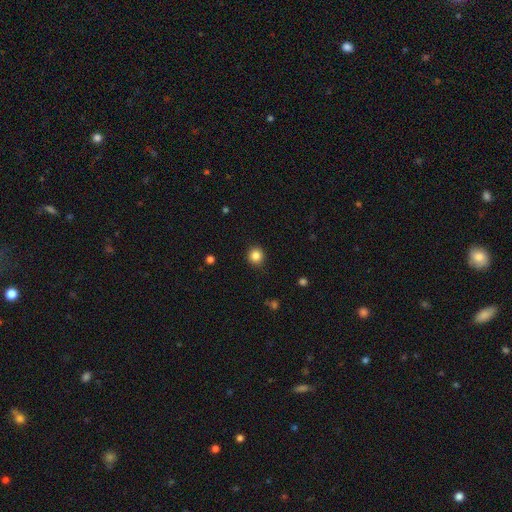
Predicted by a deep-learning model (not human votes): Smooth or featured? smooth (85%)
How rounded? round (90%)
Merging? none (90%)